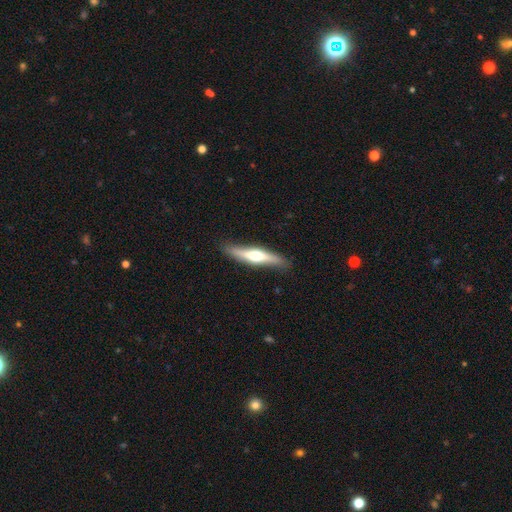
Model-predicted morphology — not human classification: The model was most divided on "smooth or featured": featured or disk: 59%, smooth: 36%, star or artifact: 5%. More confident: edge-on disk — yes (92%); edge-on bulge — rounded (91%); merging — none (87%).